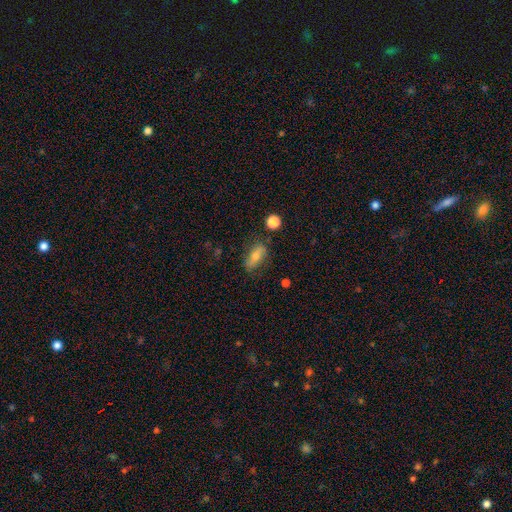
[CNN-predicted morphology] The model was most divided on "smooth or featured": smooth: 67%, featured or disk: 25%, star or artifact: 9%. More confident: how rounded — in between (74%); merging — none (73%).